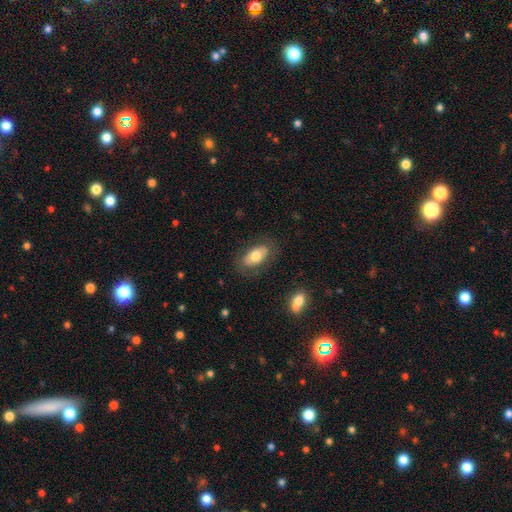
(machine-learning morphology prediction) Smooth or featured? Predicted: smooth (p=0.69). How rounded? Predicted: in between (p=0.91). Merging? Predicted: none (p=0.78).